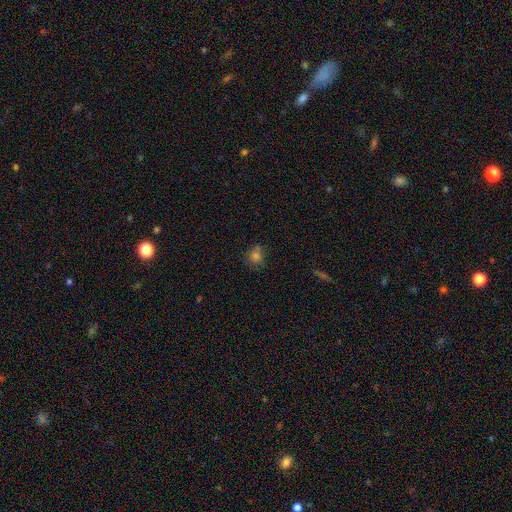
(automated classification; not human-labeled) Smooth or featured? smooth (73%)
How rounded? round (76%)
Merging? none (64%)